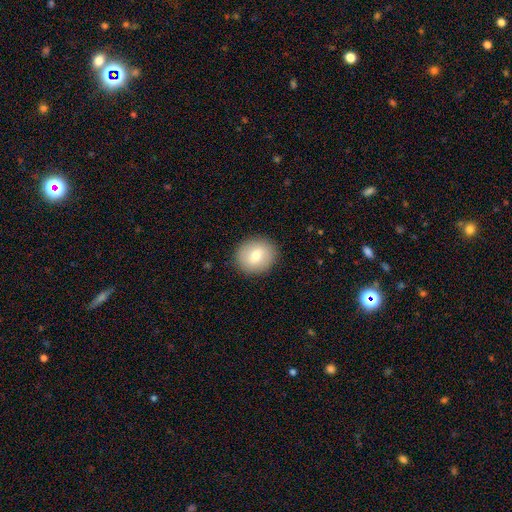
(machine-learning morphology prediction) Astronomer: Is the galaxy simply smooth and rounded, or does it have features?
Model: smooth — 71%.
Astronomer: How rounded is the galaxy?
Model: round — 79%.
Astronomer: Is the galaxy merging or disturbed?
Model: none — 89%.